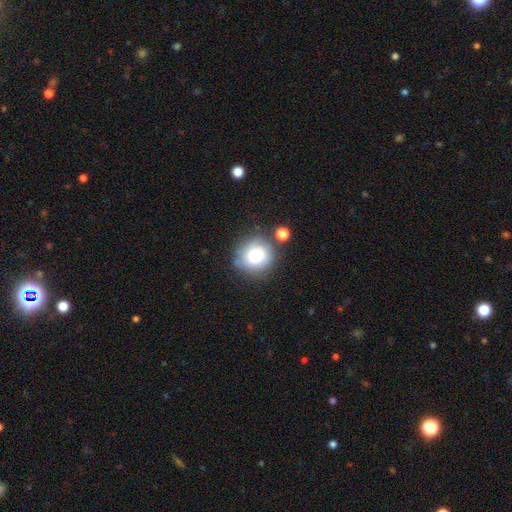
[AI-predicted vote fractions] Overall: smooth (74%). How rounded: round (90%). Merging: none (72%).